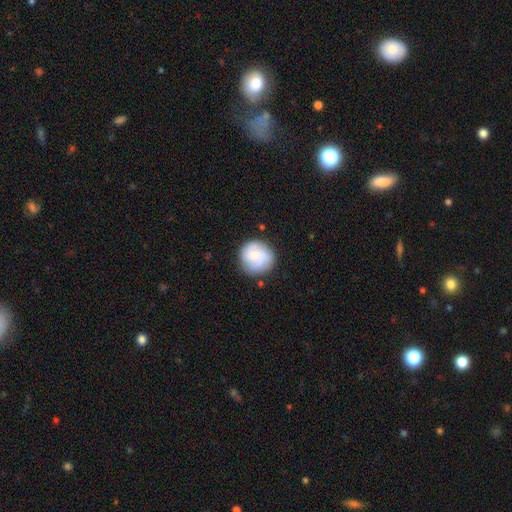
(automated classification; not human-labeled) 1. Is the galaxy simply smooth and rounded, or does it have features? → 49% featured or disk, 45% smooth, 6% star or artifact.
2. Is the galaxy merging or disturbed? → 78% none, 15% minor disturbance, 5% major disturbance, 2% merger.